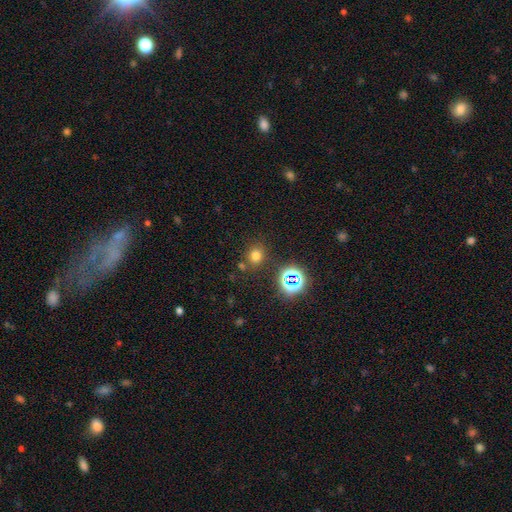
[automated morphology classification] The model was most divided on "smooth or featured": smooth: 69%, star or artifact: 24%, featured or disk: 7%. More confident: merging — none (78%); how rounded — round (77%).